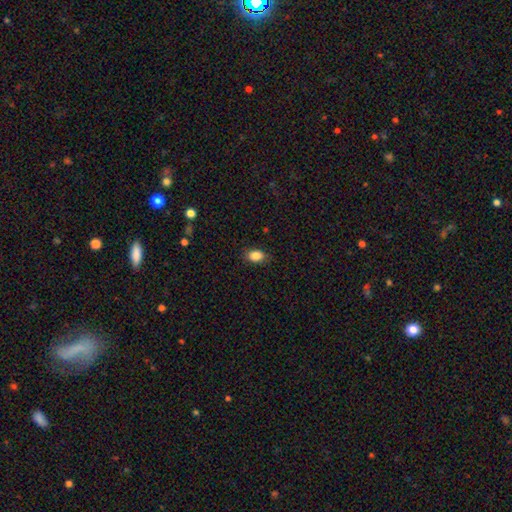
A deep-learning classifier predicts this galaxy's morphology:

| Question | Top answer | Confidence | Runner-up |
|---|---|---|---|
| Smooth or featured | smooth | 87% | star or artifact (9%) |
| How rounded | in between | 83% | round (16%) |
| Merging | none | 85% | minor disturbance (12%) |